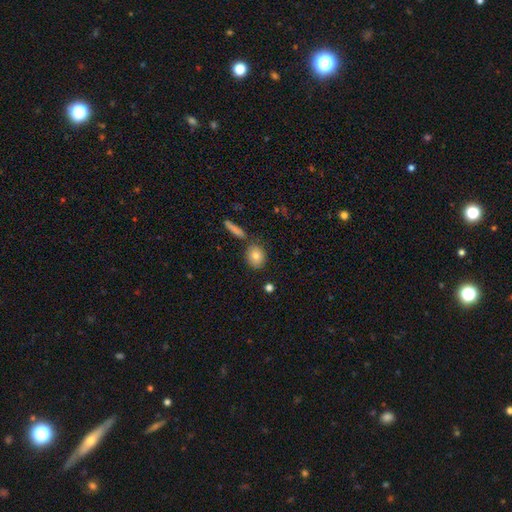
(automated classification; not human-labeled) Morphology: type=smooth (80%); roundness=round (52%); merging=none (76%).